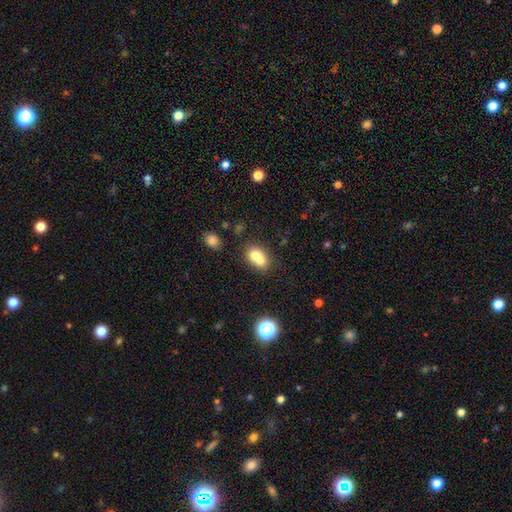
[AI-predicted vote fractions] Smooth or featured: smooth — 69% (featured or disk — 20%)
How rounded: in between — 51% (round — 48%)
Merging: merger — 64% (none — 25%)